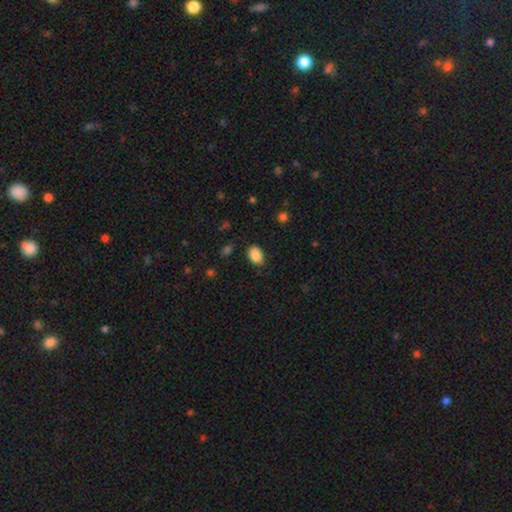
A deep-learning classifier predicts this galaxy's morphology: type=smooth (88%); roundness=in between (86%); merging=none (85%).